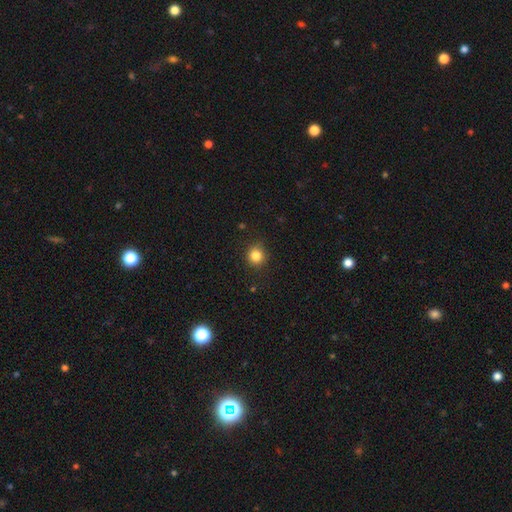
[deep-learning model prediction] A smooth galaxy with no disk features (84%) that is round (90%).

Vote fractions:
- Smooth or featured? smooth: 84% / star or artifact: 12% / featured or disk: 4%
- How rounded? round: 90% / in between: 9% / cigar-shaped: 1%
- Merging? none: 87% / minor disturbance: 9% / major disturbance: 2% / merger: 1%